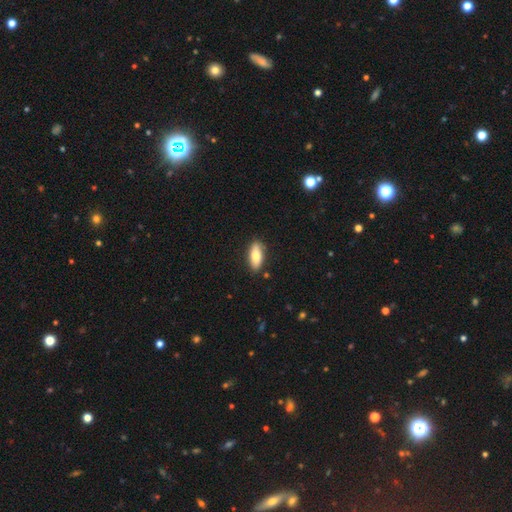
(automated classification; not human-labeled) Smooth or featured: smooth — 78% (featured or disk — 16%)
How rounded: in between — 79% (cigar-shaped — 19%)
Merging: none — 86% (minor disturbance — 11%)